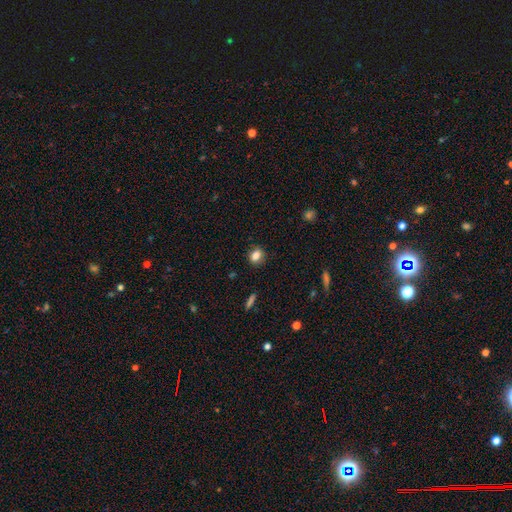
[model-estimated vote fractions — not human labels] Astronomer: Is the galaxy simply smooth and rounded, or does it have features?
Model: smooth — 81%.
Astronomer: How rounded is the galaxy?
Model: round — 51% (runner-up: in between, 47%).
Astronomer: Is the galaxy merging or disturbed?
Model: none — 86%.